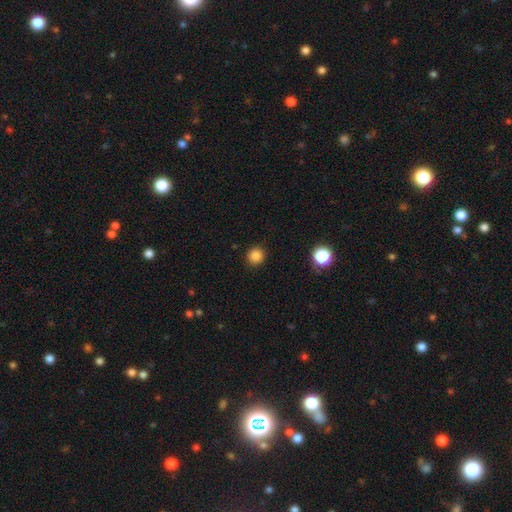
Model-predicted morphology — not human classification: A smooth galaxy with no disk features (85%) that is round (93%). Merging: none (91%).